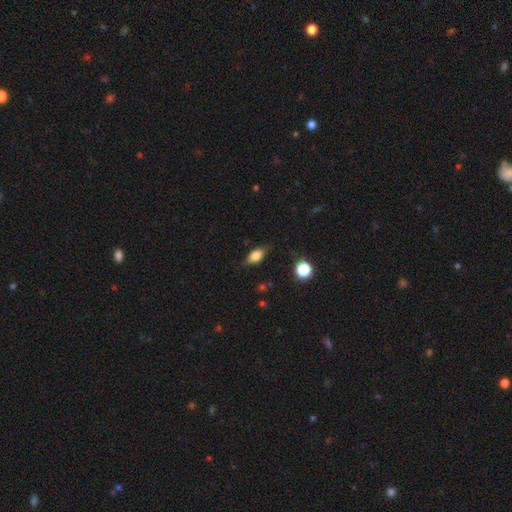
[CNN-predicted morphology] Smooth or featured?
  - smooth: 62% *
  - featured or disk: 28%
  - star or artifact: 9%
How rounded?
  - in between: 76% *
  - cigar-shaped: 13%
  - round: 11%
Merging?
  - none: 76% *
  - minor disturbance: 18%
  - major disturbance: 5%
  - merger: 1%